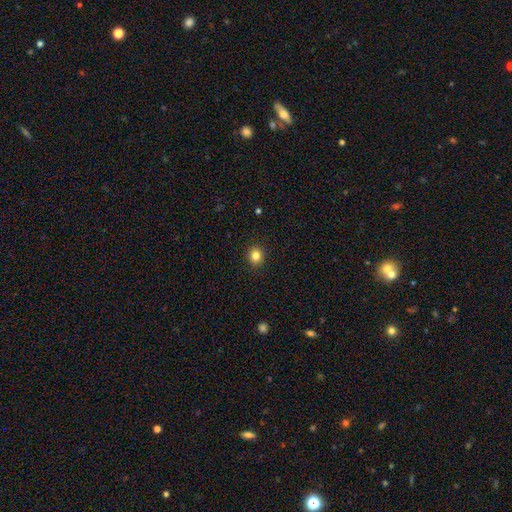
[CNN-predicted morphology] Smooth or featured: smooth — 83% (star or artifact — 12%)
How rounded: round — 80% (in between — 19%)
Merging: none — 92% (minor disturbance — 6%)